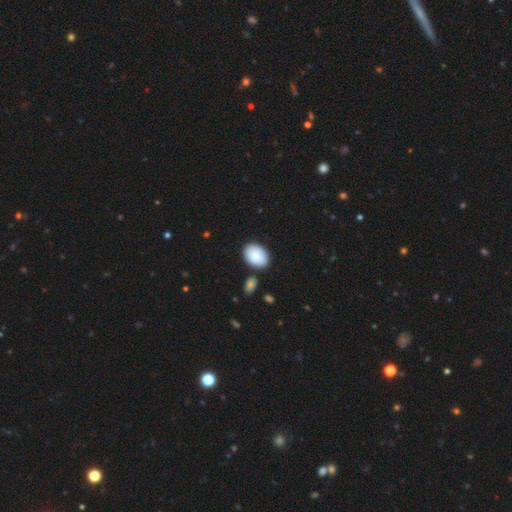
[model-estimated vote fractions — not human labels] Overall: smooth (89%). How rounded: in between (83%). Merging: none (80%).